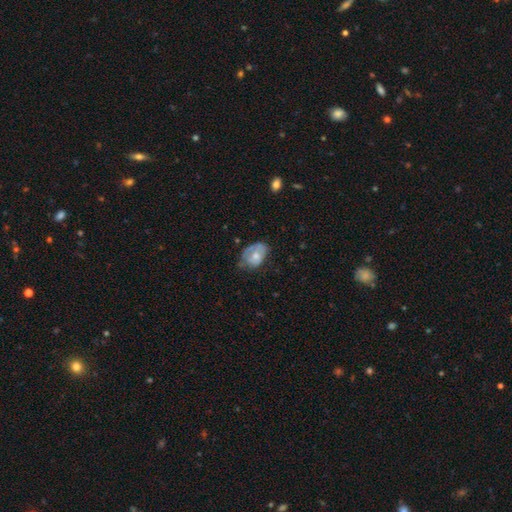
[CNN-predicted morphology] A smooth galaxy with no disk features (51%) that is in between round and cigar-shaped (79%).

Vote fractions:
- Smooth or featured? smooth: 51% / featured or disk: 42% / star or artifact: 7%
- How rounded? in between: 79% / round: 20% / cigar-shaped: 1%
- Merging? none: 41% / minor disturbance: 36% / major disturbance: 20% / merger: 3%